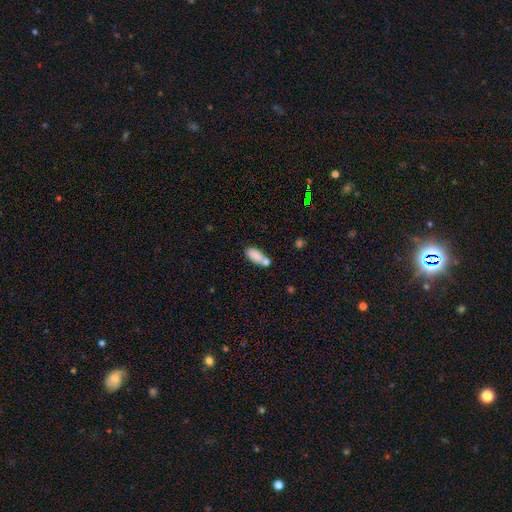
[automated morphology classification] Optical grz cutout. It shows a smooth galaxy with no disk features (82%) that is in between round and cigar-shaped (82%). Merging: none (48%).